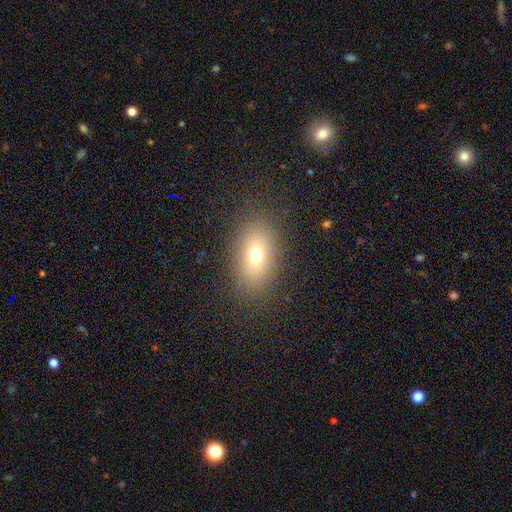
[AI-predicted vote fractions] Smooth or featured?
  - smooth: 70% *
  - featured or disk: 16%
  - star or artifact: 14%
How rounded?
  - in between: 83% *
  - round: 13%
  - cigar-shaped: 4%
Merging?
  - none: 85% *
  - minor disturbance: 10%
  - major disturbance: 5%
  - merger: 1%